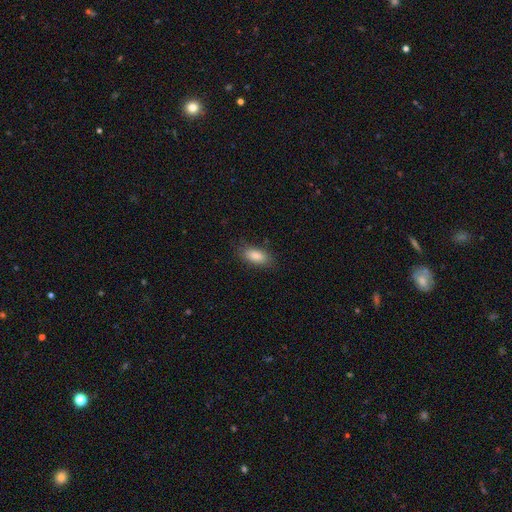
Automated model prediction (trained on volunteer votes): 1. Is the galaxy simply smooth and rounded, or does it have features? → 85% smooth, 8% featured or disk, 7% star or artifact.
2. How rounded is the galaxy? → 86% in between, 11% cigar-shaped, 3% round.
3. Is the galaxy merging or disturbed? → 82% none, 14% minor disturbance, 4% major disturbance, 1% merger.